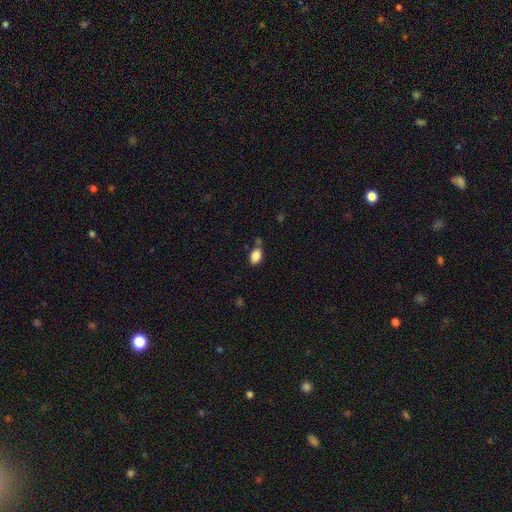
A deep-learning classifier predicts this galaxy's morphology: Overall: smooth (86%). How rounded: in between (87%). Merging: none (64%).